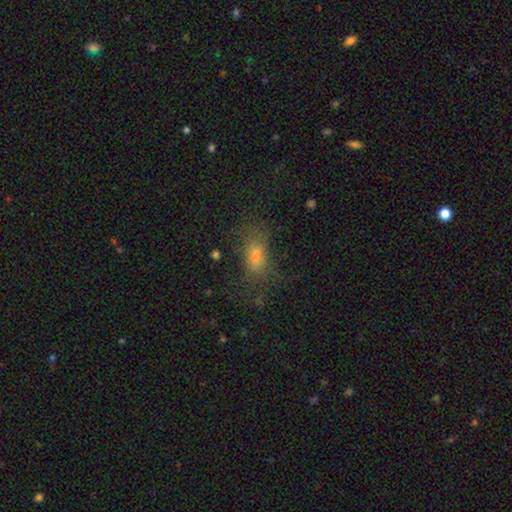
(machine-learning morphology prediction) type=smooth (65%); roundness=in between (79%); merging=none (52%).